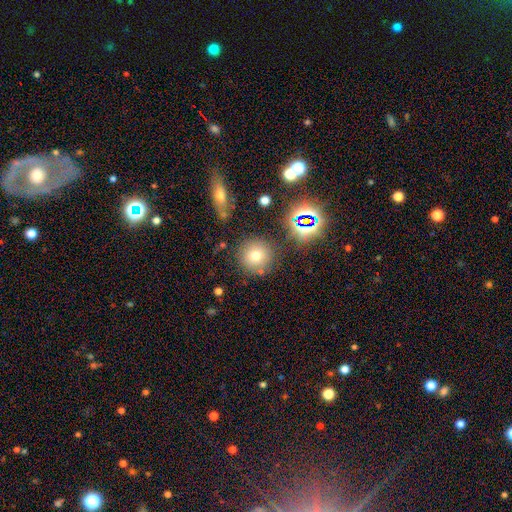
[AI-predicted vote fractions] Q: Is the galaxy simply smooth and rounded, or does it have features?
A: smooth — 69%.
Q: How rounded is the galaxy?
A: round — 94%.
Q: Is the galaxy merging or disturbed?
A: none — 82%.